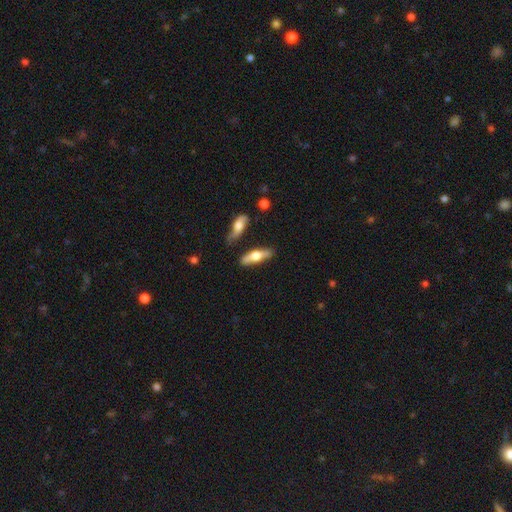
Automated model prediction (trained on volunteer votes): A featured or disk galaxy (51%) viewed edge-on (88%).

Vote fractions:
- Smooth or featured? featured or disk: 51% / smooth: 44% / star or artifact: 6%
- Edge-on disk? yes: 88% / no: 12%
- Merging? none: 75% / minor disturbance: 15% / merger: 6% / major disturbance: 4%